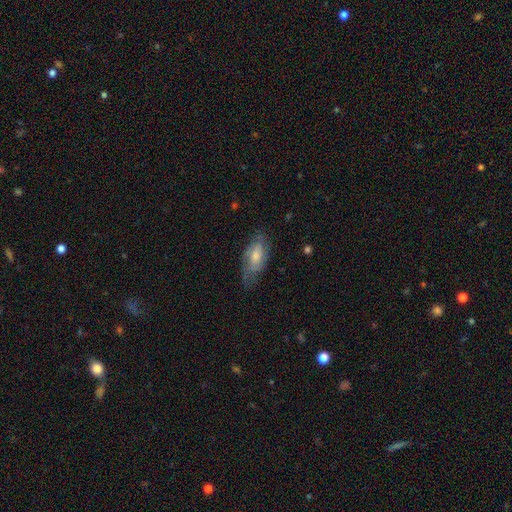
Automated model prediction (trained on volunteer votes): Smooth or featured? Predicted: smooth (p=0.48). Merging? Predicted: none (p=0.57).